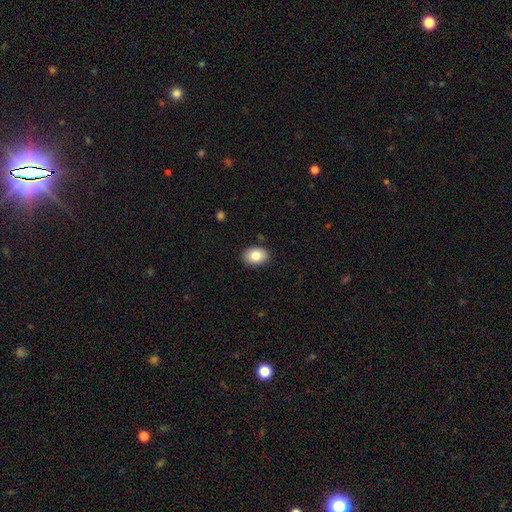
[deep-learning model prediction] Smooth or featured?
  - smooth: 84% *
  - featured or disk: 9%
  - star or artifact: 8%
How rounded?
  - in between: 76% *
  - round: 23%
  - cigar-shaped: 1%
Merging?
  - none: 88% *
  - minor disturbance: 9%
  - major disturbance: 2%
  - merger: 1%